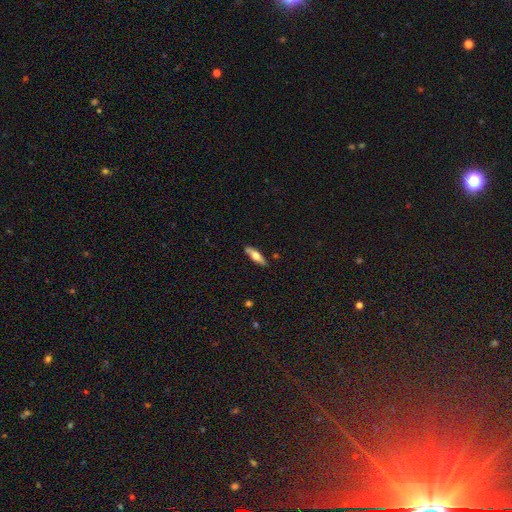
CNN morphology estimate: This appears to be a smooth galaxy with no disk features (60%) that is cigar-shaped (58%). Merging: none (84%).